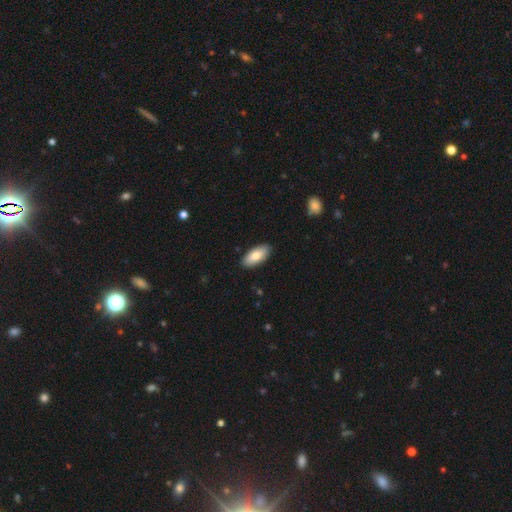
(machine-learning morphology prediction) Smooth or featured: smooth — 82% (featured or disk — 13%)
How rounded: in between — 88% (cigar-shaped — 10%)
Merging: none — 89% (minor disturbance — 8%)